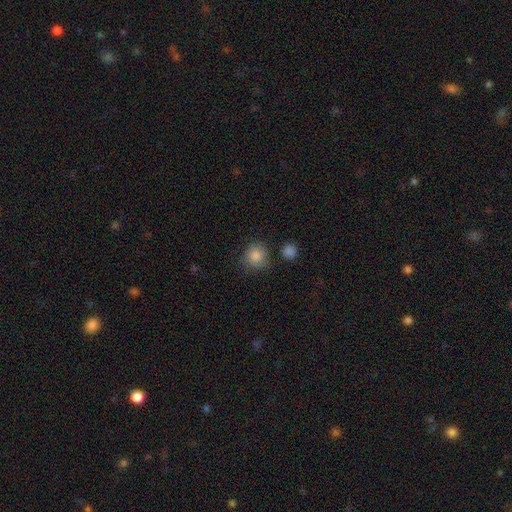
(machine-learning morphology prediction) Smooth or featured? Predicted: smooth (p=0.84). How rounded? Predicted: round (p=0.88). Merging? Predicted: none (p=0.76).